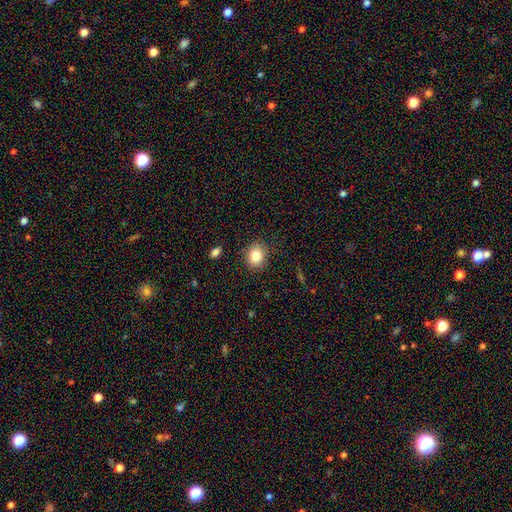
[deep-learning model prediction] Smooth or featured? Predicted: smooth (p=0.83). How rounded? Predicted: round (p=0.58). Merging? Predicted: none (p=0.86).